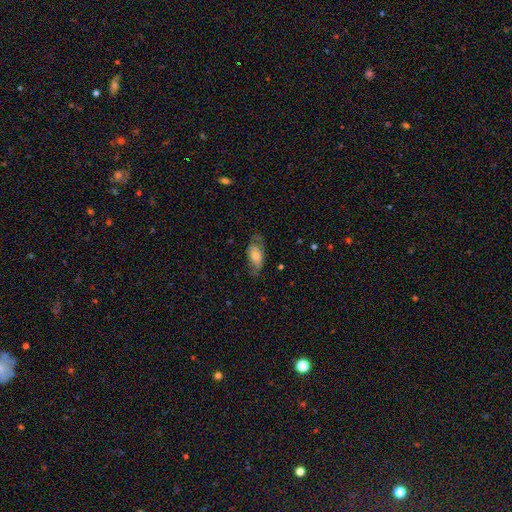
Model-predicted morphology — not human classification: smooth-or-featured: smooth: 54% | featured or disk: 39% | star or artifact: 7%
  how-rounded: in between: 88% | cigar-shaped: 6% | round: 5%
  merging: none: 59% | minor disturbance: 26% | major disturbance: 14% | merger: 1%